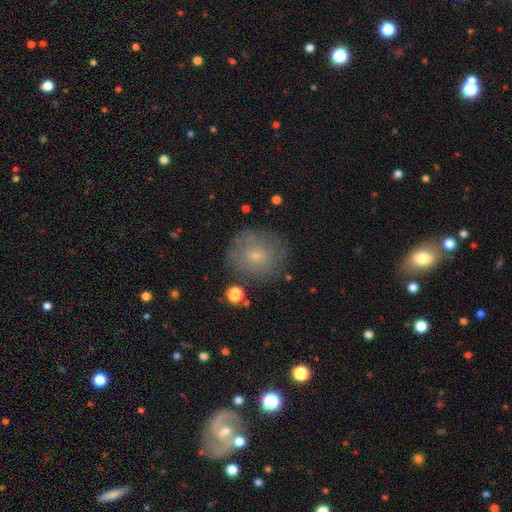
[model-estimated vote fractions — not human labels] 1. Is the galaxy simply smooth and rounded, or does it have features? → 64% smooth, 24% featured or disk, 11% star or artifact.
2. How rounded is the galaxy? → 85% round, 14% in between, 1% cigar-shaped.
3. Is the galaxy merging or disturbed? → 78% none, 14% minor disturbance, 5% major disturbance, 2% merger.